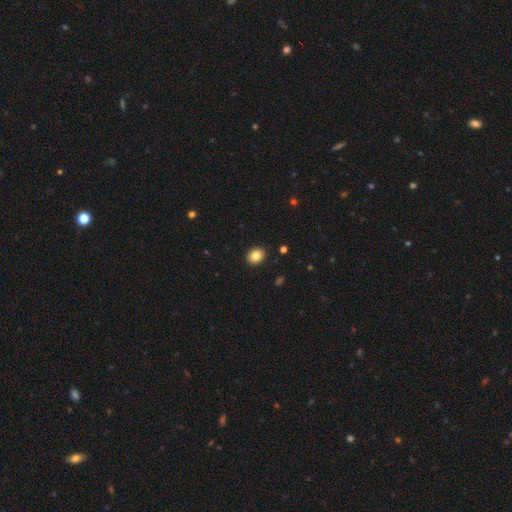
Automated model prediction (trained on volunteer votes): This is clearly a smooth galaxy (84%). How rounded: possibly round (50%). Merging: clearly none (91%).